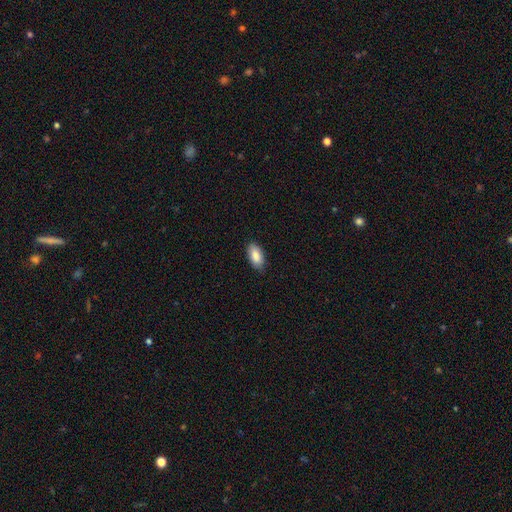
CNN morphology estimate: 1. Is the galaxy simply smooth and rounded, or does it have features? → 86% smooth, 8% featured or disk, 6% star or artifact.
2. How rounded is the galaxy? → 93% in between, 5% cigar-shaped, 2% round.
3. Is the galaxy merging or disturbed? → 86% none, 11% minor disturbance, 2% major disturbance, 1% merger.